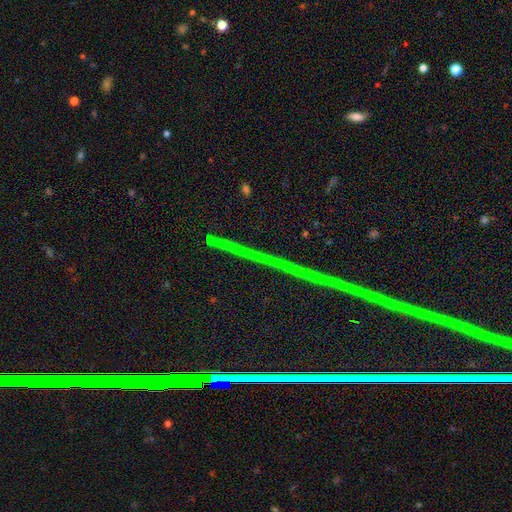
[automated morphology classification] This appears to be a star or artifact, not a galaxy (86%).